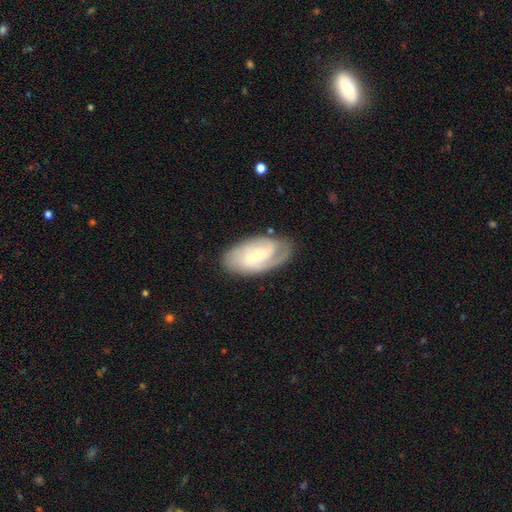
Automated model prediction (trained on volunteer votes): This appears to be a featured or disk galaxy (76%) with a weak bar (47%), 2 (51%) tight (50%) spiral arms (94%) and a small central bulge (66%). Merging: none (78%).